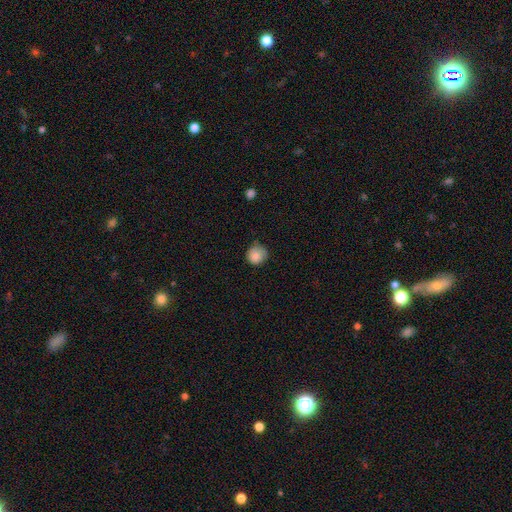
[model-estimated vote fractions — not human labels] Smooth or featured: smooth — 85% (star or artifact — 9%)
How rounded: round — 90% (in between — 9%)
Merging: none — 69% (minor disturbance — 25%)